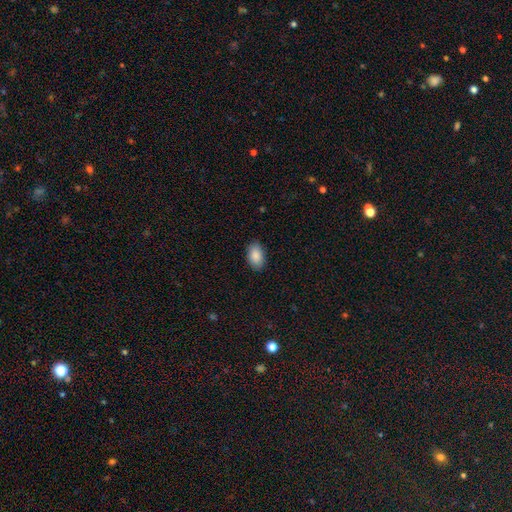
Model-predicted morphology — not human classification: Q: Smooth or featured?
A: smooth (89%); runner-up: star or artifact (7%)
Q: How rounded?
A: in between (93%); runner-up: round (6%)
Q: Merging?
A: none (88%); runner-up: minor disturbance (9%)